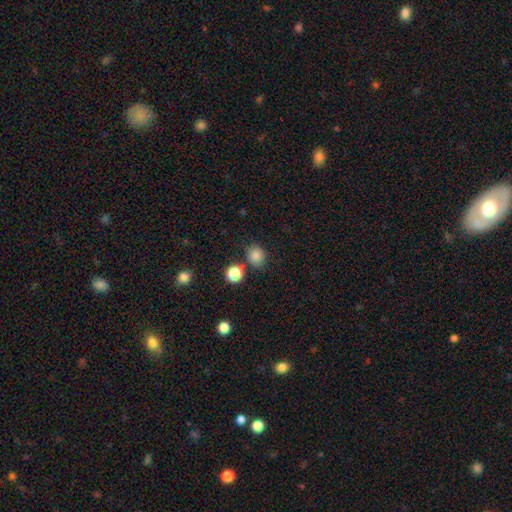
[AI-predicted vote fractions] This is clearly a smooth galaxy (82%). How rounded: likely round (78%). Merging: likely none (77%).